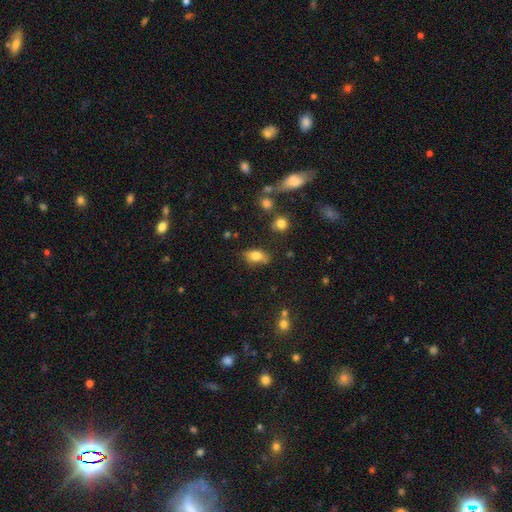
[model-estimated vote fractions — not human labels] smooth 75%, featured or disk 16%, star or artifact 9%. Down the decision tree: how rounded — in between (84%); merging — none (70%).